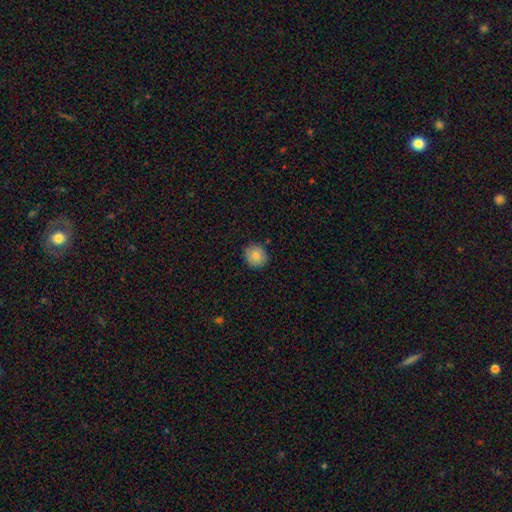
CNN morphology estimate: Overall: smooth (81%). How rounded: round (83%). Merging: none (85%).